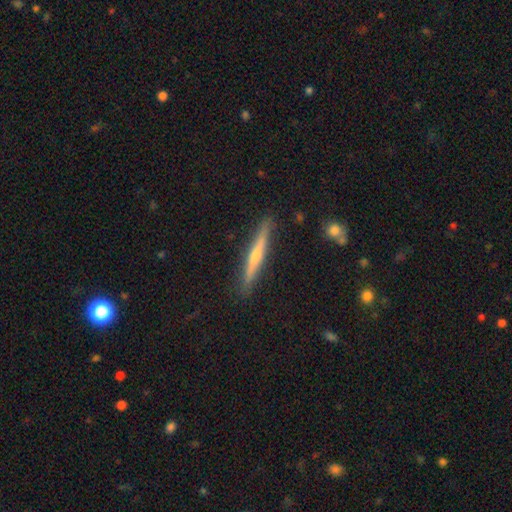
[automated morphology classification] This appears to be a featured or disk galaxy (69%) viewed edge-on (97%) with a rounded central bulge (81%). Merging: none (91%).